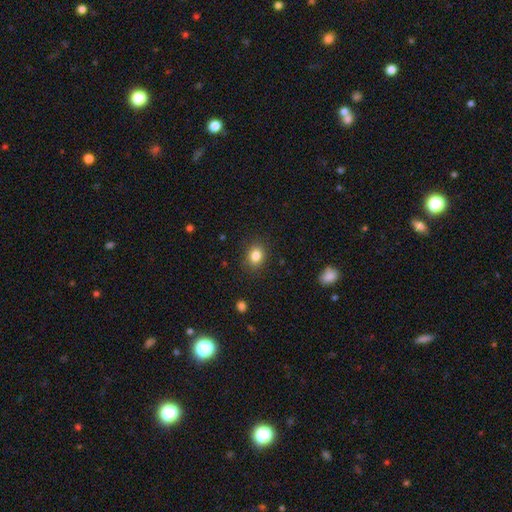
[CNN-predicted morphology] Overall: smooth (84%). How rounded: in between (52%; round 47%). Merging: none (87%).